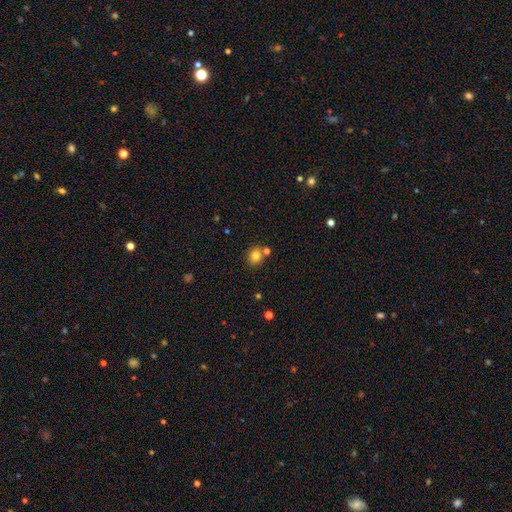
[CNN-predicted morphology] The model was most divided on "how rounded": round: 76%, in between: 23%, cigar-shaped: 1%. More confident: smooth or featured — smooth (82%); merging — none (74%).